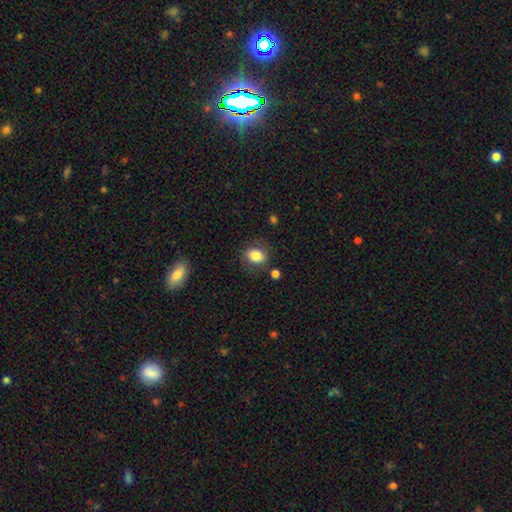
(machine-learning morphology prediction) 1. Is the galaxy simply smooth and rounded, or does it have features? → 82% smooth, 9% star or artifact, 9% featured or disk.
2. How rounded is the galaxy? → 61% in between, 38% round, 1% cigar-shaped.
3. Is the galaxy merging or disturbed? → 76% none, 15% minor disturbance, 5% major disturbance, 4% merger.